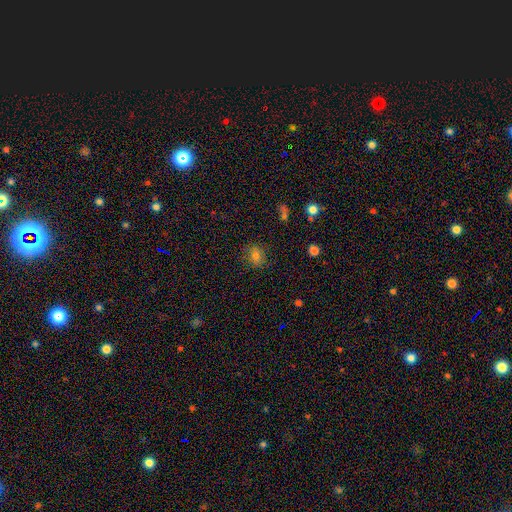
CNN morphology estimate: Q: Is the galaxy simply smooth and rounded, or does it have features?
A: smooth — 75%.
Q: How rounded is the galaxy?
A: round — 57%.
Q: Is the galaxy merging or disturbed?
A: none — 83%.